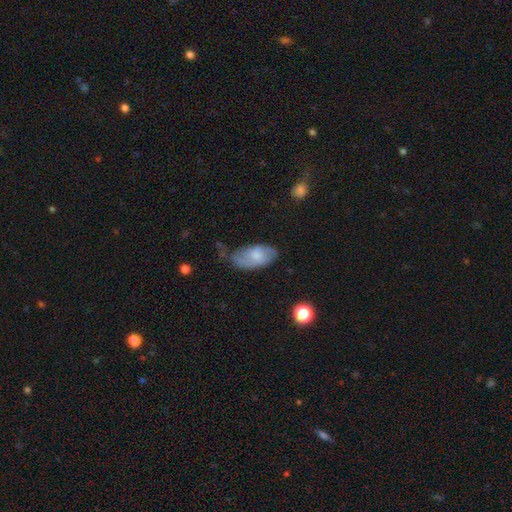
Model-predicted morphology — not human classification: Smooth or featured? Predicted: smooth (p=0.61). How rounded? Predicted: in between (p=0.93). Merging? Predicted: none (p=0.55).